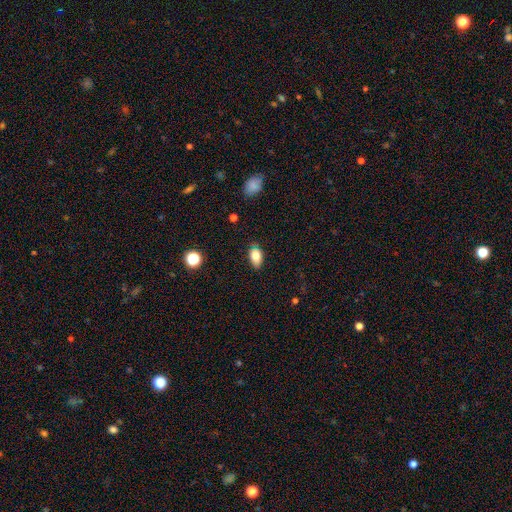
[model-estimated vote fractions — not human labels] Overall: smooth (80%). How rounded: in between (90%). Merging: none (80%).